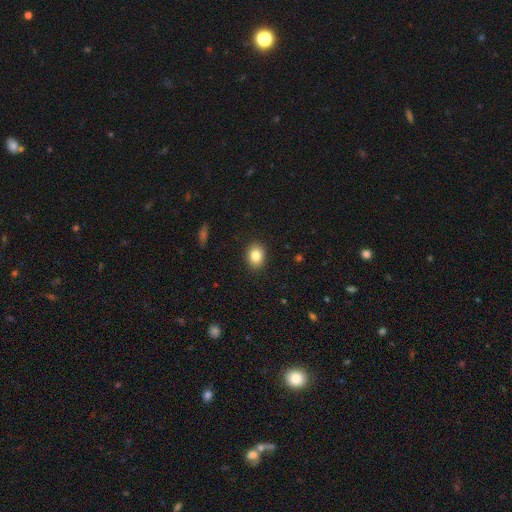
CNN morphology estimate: A smooth galaxy with no disk features (84%) that is in between round and cigar-shaped (59%). Merging: none (90%).